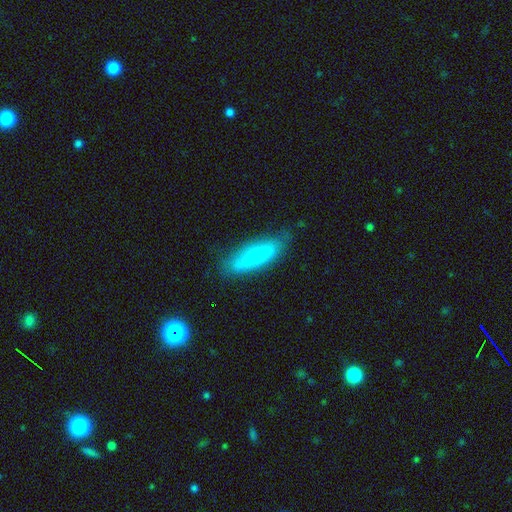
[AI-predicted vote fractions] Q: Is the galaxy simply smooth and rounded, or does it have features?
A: smooth — 70%.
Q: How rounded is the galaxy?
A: cigar-shaped — 55%.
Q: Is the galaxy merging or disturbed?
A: none — 68%.